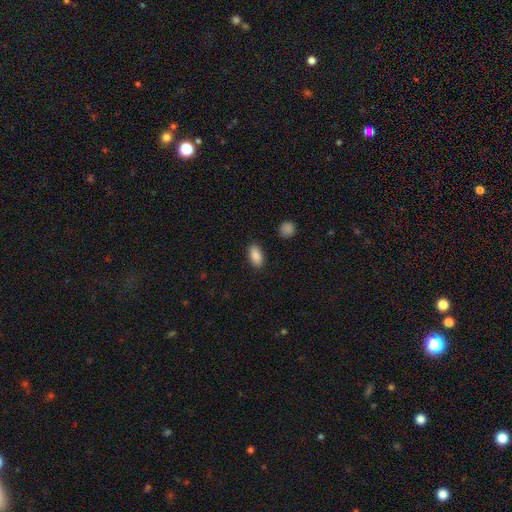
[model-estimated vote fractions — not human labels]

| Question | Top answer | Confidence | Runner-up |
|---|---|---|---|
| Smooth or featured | smooth | 89% | star or artifact (7%) |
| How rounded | in between | 92% | cigar-shaped (4%) |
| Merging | none | 88% | minor disturbance (9%) |